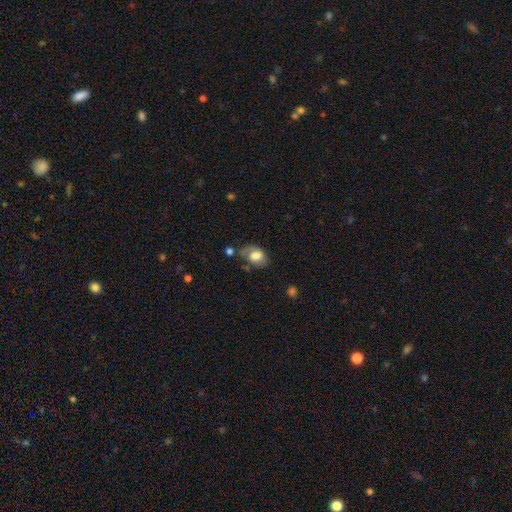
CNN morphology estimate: This is likely a smooth galaxy (72%). How rounded: likely in between (80%). Merging: possibly none (50%).